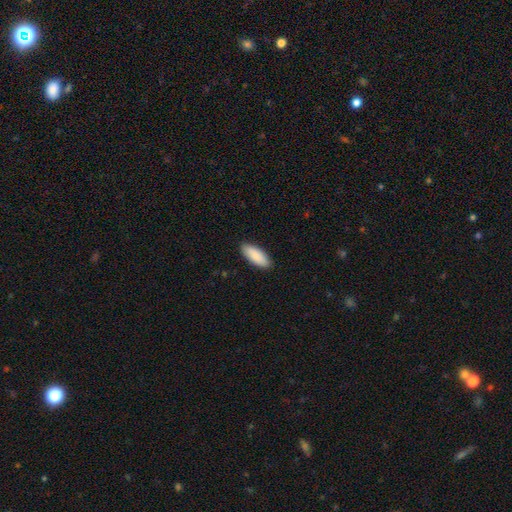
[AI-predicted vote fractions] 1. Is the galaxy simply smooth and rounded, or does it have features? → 90% smooth, 5% star or artifact, 5% featured or disk.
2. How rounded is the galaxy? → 78% in between, 20% cigar-shaped, 2% round.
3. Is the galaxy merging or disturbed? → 89% none, 8% minor disturbance, 2% major disturbance, 1% merger.